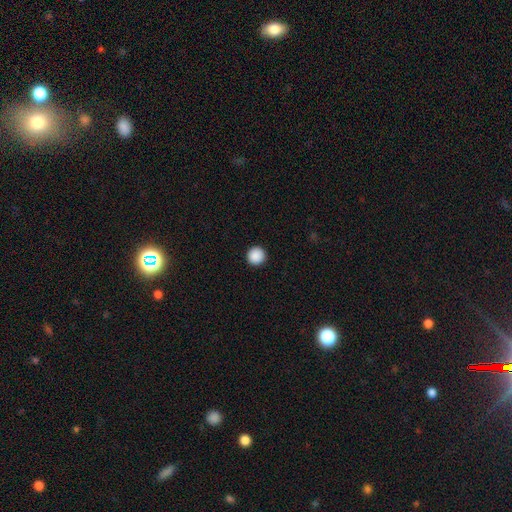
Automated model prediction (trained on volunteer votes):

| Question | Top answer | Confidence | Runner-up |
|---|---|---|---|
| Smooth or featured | smooth | 89% | star or artifact (9%) |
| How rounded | round | 96% | in between (3%) |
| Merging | none | 94% | minor disturbance (4%) |